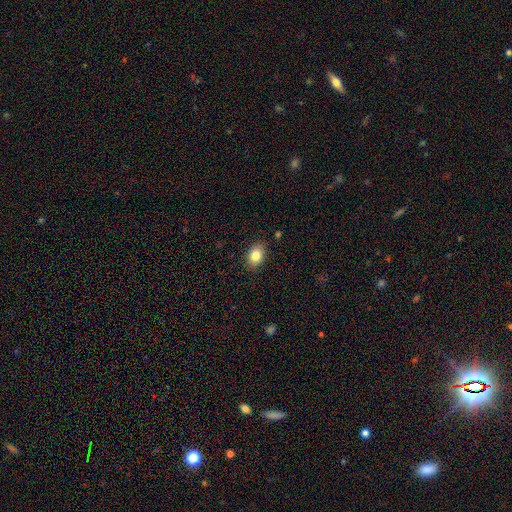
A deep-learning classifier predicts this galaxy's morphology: Q: Smooth or featured?
A: smooth (83%); runner-up: star or artifact (9%)
Q: How rounded?
A: in between (75%); runner-up: round (24%)
Q: Merging?
A: none (87%); runner-up: minor disturbance (10%)